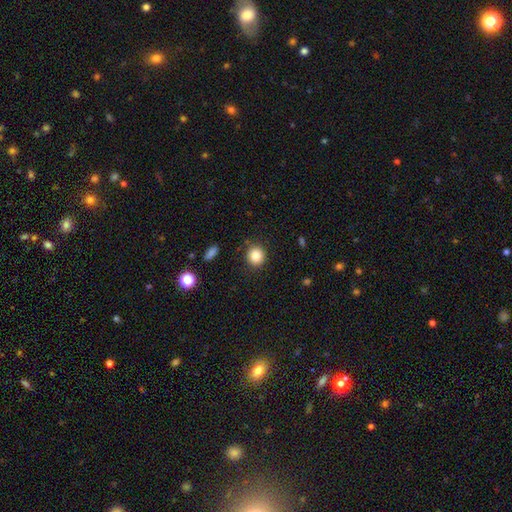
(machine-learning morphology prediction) Smooth or featured? smooth (86%)
How rounded? round (88%)
Merging? none (87%)